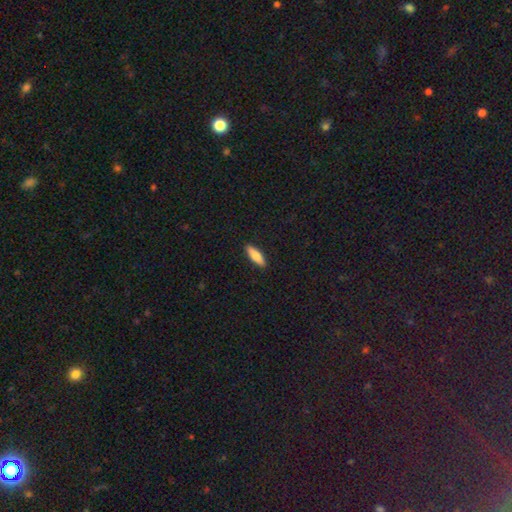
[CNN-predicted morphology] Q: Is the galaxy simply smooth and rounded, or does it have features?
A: smooth — 76%.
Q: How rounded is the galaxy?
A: cigar-shaped — 58%.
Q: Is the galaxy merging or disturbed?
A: none — 91%.